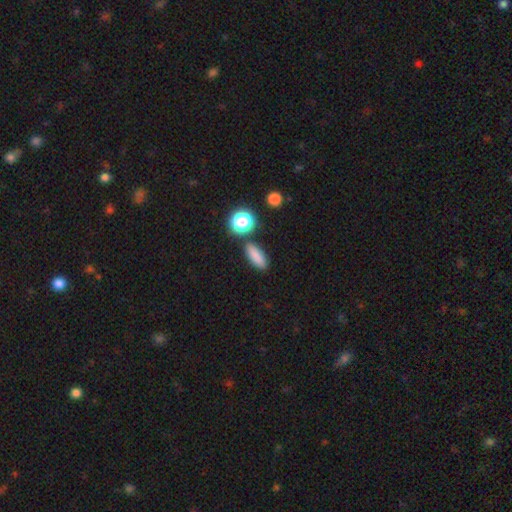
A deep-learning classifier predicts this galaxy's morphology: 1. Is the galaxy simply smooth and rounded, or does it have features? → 83% smooth, 11% star or artifact, 6% featured or disk.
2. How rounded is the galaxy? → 63% in between, 26% cigar-shaped, 11% round.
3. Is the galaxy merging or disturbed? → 83% none, 9% minor disturbance, 5% merger, 3% major disturbance.